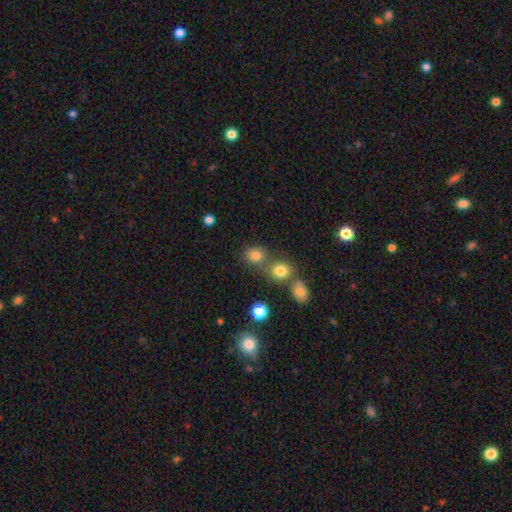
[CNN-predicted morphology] A smooth galaxy with no disk features (78%) that is round (76%). Merging: none (59%).